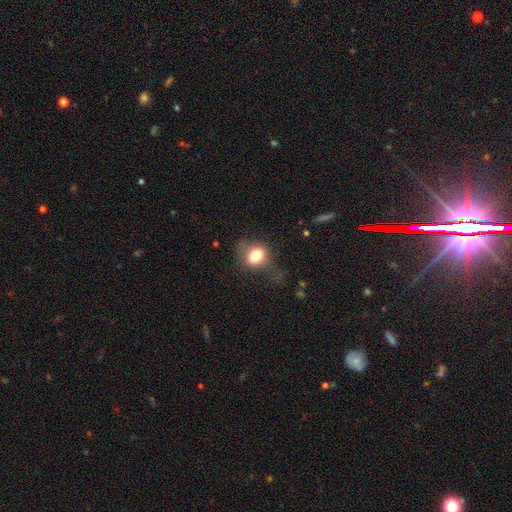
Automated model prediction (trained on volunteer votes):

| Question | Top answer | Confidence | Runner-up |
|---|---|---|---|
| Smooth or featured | smooth | 75% | featured or disk (15%) |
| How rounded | in between | 51% | round (48%) |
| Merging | none | 57% | minor disturbance (23%) |